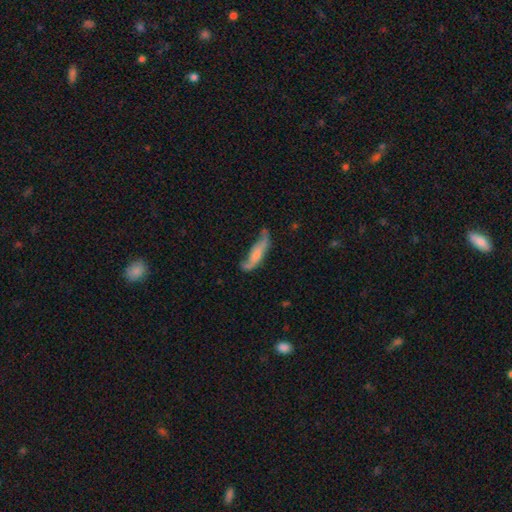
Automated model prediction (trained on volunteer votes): smooth-or-featured: smooth: 59% | featured or disk: 35% | star or artifact: 7%
  how-rounded: cigar-shaped: 64% | in between: 34% | round: 2%
  merging: none: 42% | minor disturbance: 32% | major disturbance: 18% | merger: 8%